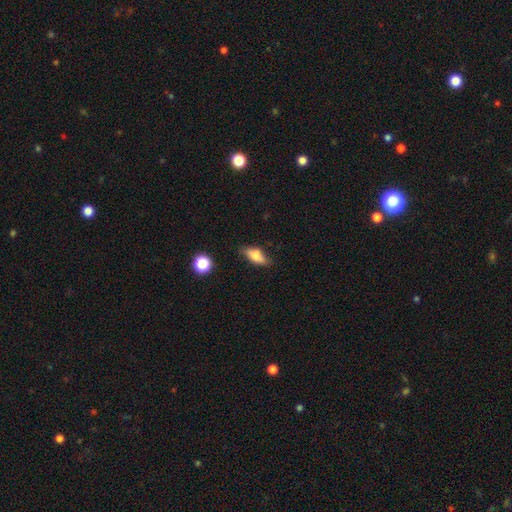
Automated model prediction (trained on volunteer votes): smooth 70%, featured or disk 21%, star or artifact 9%. Down the decision tree: how rounded — in between (73%); merging — none (72%).